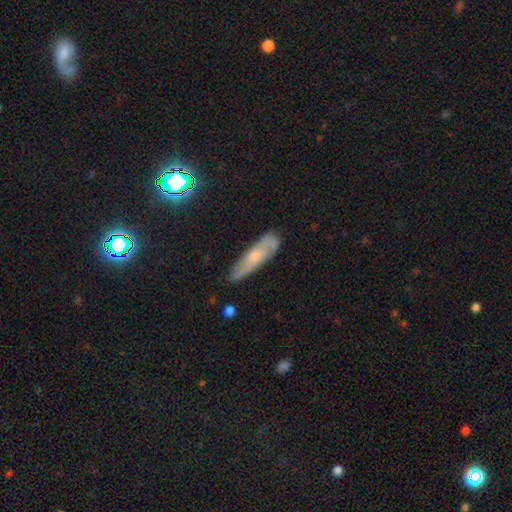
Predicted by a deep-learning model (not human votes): featured or disk 45% (tied), smooth 45% (tied), star or artifact 10%. Down the decision tree: merging — none (70%).